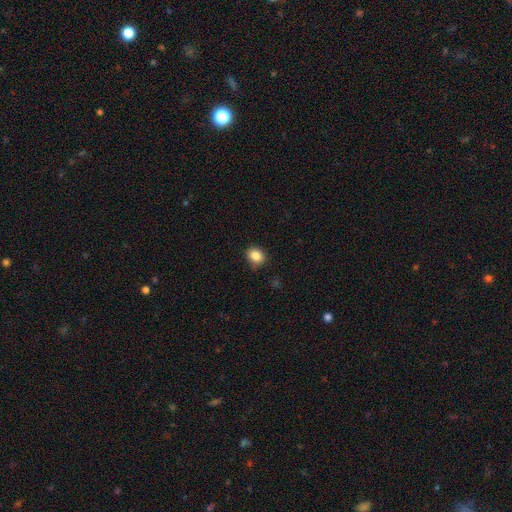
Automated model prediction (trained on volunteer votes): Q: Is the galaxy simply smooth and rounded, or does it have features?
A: smooth — 85%.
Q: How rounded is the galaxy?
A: round — 58%.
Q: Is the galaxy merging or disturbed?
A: none — 81%.